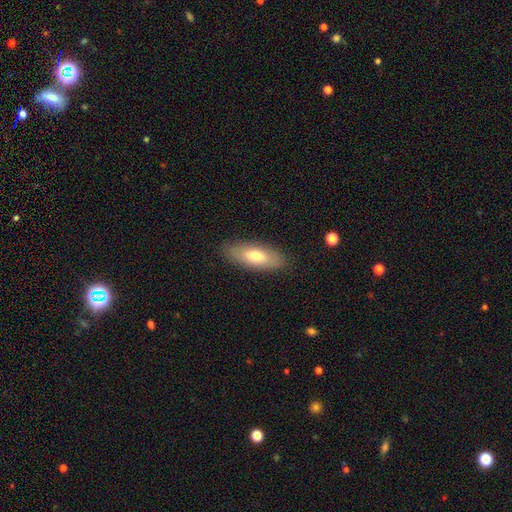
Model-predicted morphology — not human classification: Smooth or featured? Predicted: smooth (p=0.69). How rounded? Predicted: in between (p=0.74). Merging? Predicted: none (p=0.86).